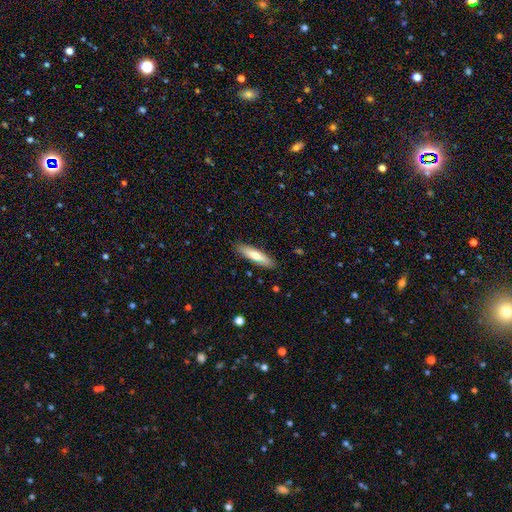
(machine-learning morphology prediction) This is likely a smooth galaxy (73%). How rounded: likely cigar-shaped (74%). Merging: clearly none (87%).